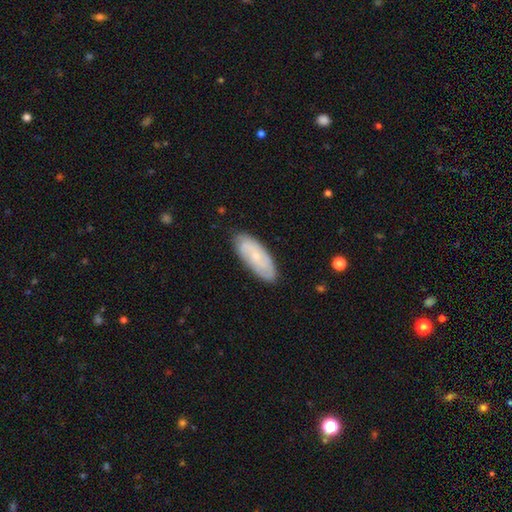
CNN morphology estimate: A featured or disk galaxy (49%).

Vote fractions:
- Smooth or featured? featured or disk: 49% / smooth: 44% / star or artifact: 7%
- Merging? none: 82% / minor disturbance: 14% / major disturbance: 3% / merger: 1%